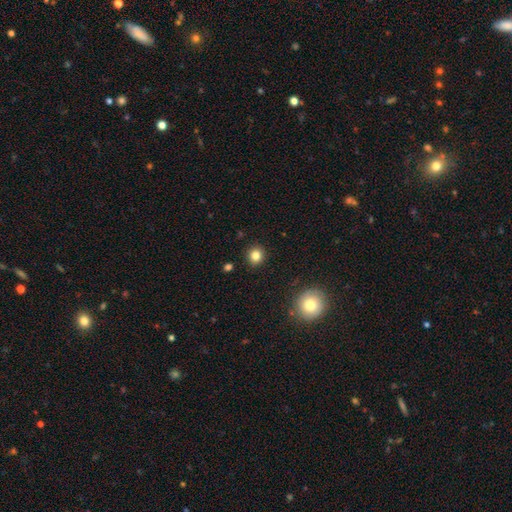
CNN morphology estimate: Smooth or featured: smooth — 82% (star or artifact — 12%)
How rounded: round — 87% (in between — 12%)
Merging: none — 91% (minor disturbance — 6%)